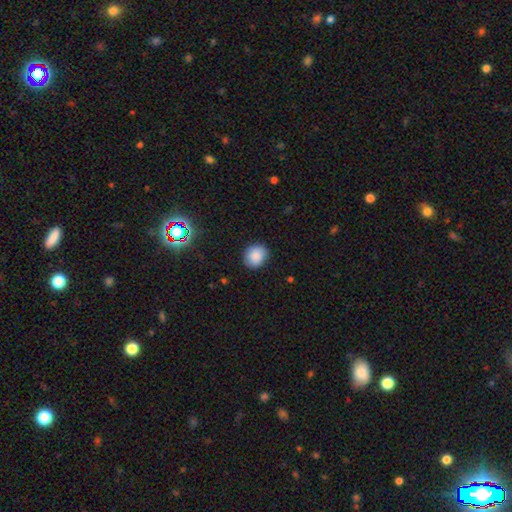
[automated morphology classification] Overall: smooth (86%). How rounded: round (73%). Merging: none (85%).